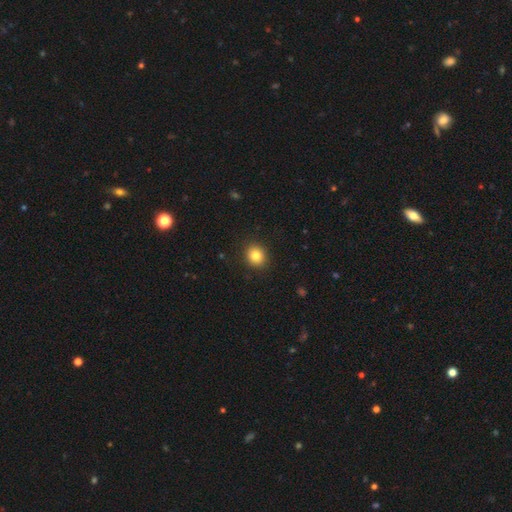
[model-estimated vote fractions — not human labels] smooth 84%, star or artifact 10%, featured or disk 6%. Down the decision tree: how rounded — round (80%); merging — none (91%).